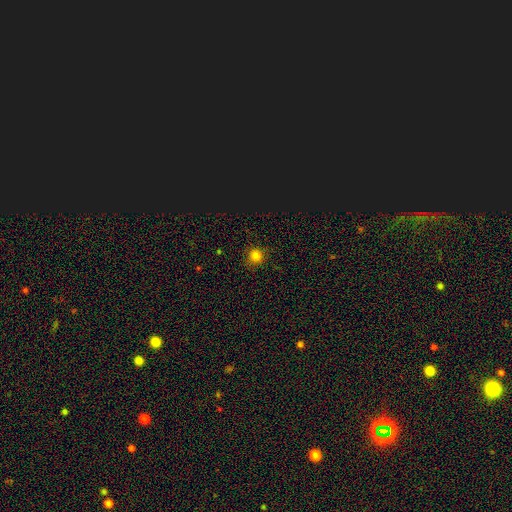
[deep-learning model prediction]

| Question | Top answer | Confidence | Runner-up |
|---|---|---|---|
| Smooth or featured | smooth | 79% | star or artifact (17%) |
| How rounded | round | 92% | in between (7%) |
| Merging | none | 87% | minor disturbance (9%) |